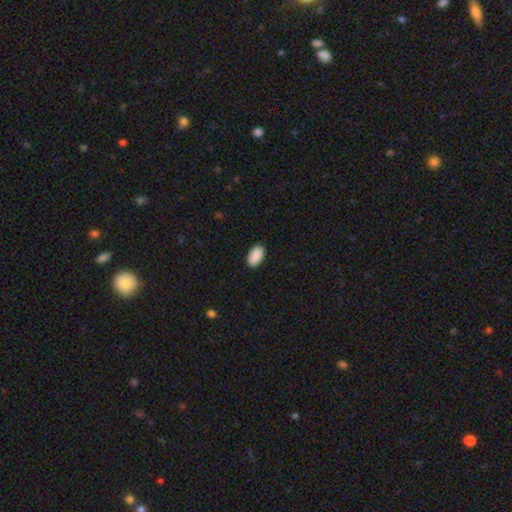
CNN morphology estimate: Smooth or featured? smooth (91%)
How rounded? in between (95%)
Merging? none (89%)